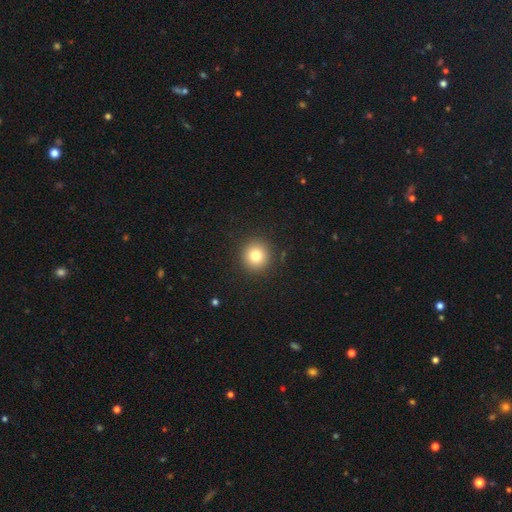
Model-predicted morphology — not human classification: smooth-or-featured: smooth: 80% | star or artifact: 11% | featured or disk: 8%
  how-rounded: round: 91% | in between: 8% | cigar-shaped: 1%
  merging: none: 91% | minor disturbance: 6% | major disturbance: 2% | merger: 1%